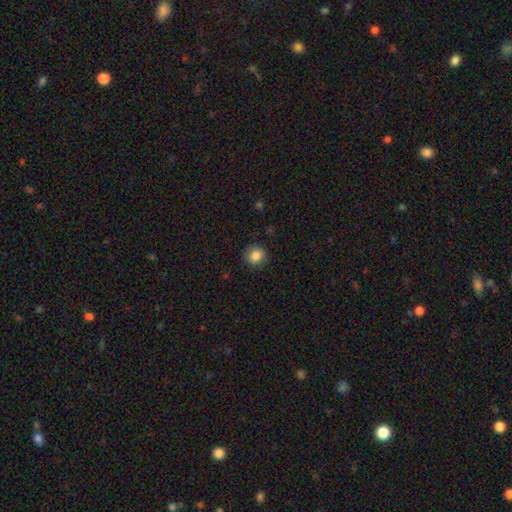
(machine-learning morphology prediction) Overall: smooth (85%). How rounded: round (82%). Merging: none (86%).